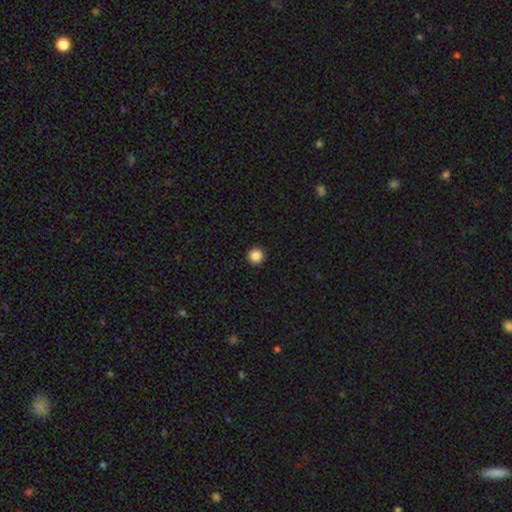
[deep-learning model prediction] A smooth galaxy with no disk features (87%) that is round (96%). Merging: none (94%).